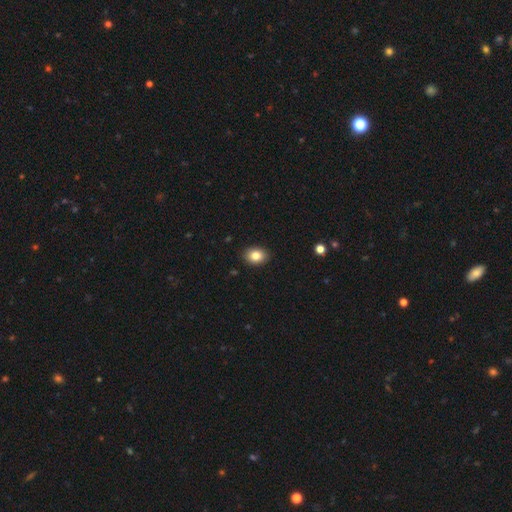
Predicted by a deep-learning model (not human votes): Overall: smooth (83%). How rounded: in between (69%; round 30%). Merging: none (90%).